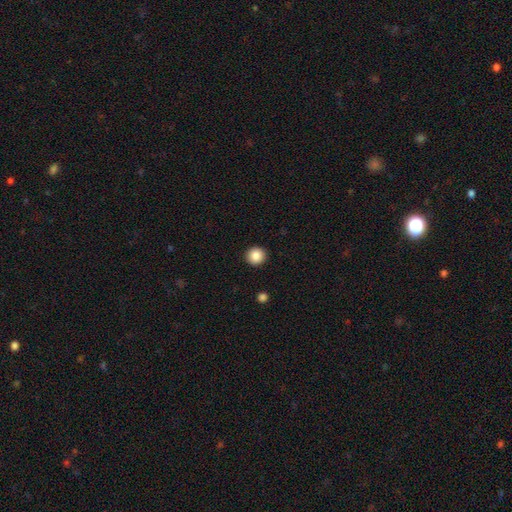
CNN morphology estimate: Q: Smooth or featured?
A: smooth (88%); runner-up: star or artifact (9%)
Q: How rounded?
A: round (93%); runner-up: in between (6%)
Q: Merging?
A: none (93%); runner-up: minor disturbance (4%)